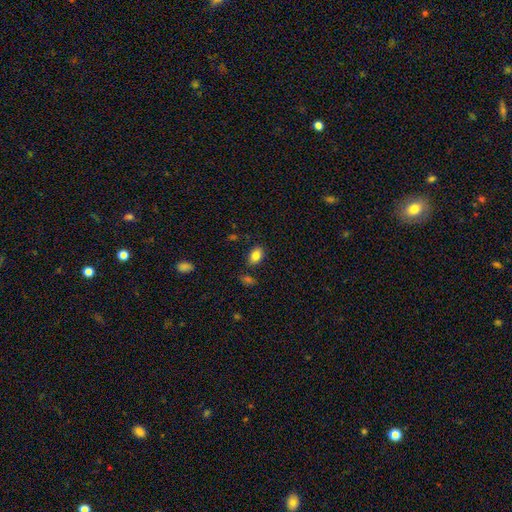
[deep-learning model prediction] Smooth or featured? smooth (83%)
How rounded? in between (85%)
Merging? none (81%)